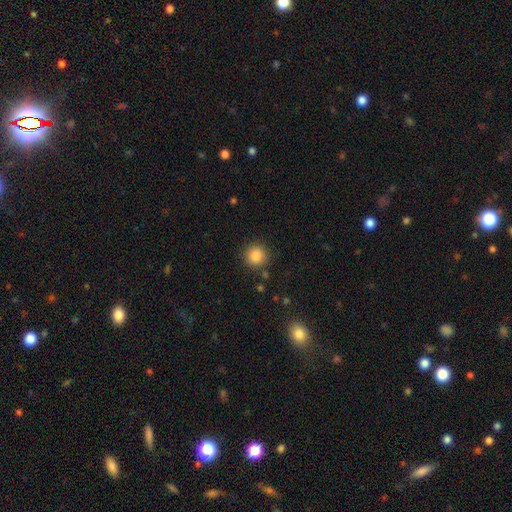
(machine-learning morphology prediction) Overall: smooth (85%). How rounded: round (94%). Merging: none (88%).